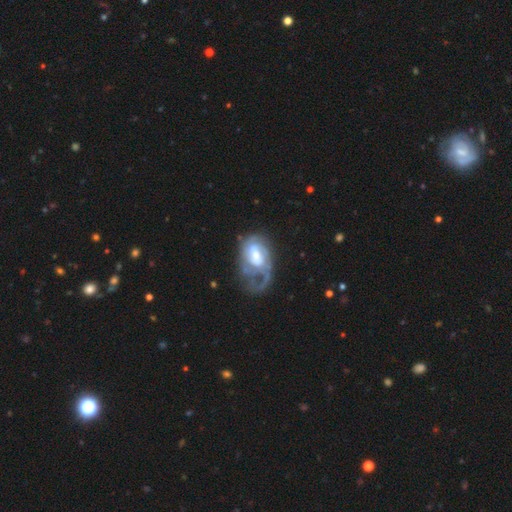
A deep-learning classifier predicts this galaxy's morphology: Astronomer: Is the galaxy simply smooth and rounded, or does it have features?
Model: featured or disk — 79%.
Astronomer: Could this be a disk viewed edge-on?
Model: no — 97%.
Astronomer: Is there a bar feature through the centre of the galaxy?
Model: weak — 47% (runner-up: no, 39%).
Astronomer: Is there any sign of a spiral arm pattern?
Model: yes — 85%.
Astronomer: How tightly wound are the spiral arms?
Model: tight — 42% (runner-up: medium, 37%).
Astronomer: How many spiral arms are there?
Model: can't tell — 33% (runner-up: 2, 31%).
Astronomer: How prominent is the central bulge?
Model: moderate — 53% (runner-up: small, 33%).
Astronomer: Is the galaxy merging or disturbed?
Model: major disturbance — 45% (runner-up: none, 30%).